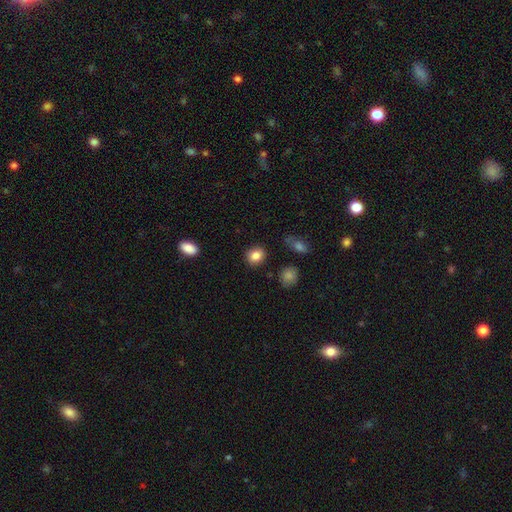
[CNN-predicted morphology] A smooth galaxy with no disk features (84%) that is round (70%).

Vote fractions:
- Smooth or featured? smooth: 84% / star or artifact: 10% / featured or disk: 6%
- How rounded? round: 70% / in between: 28% / cigar-shaped: 1%
- Merging? none: 87% / minor disturbance: 9% / major disturbance: 2% / merger: 2%